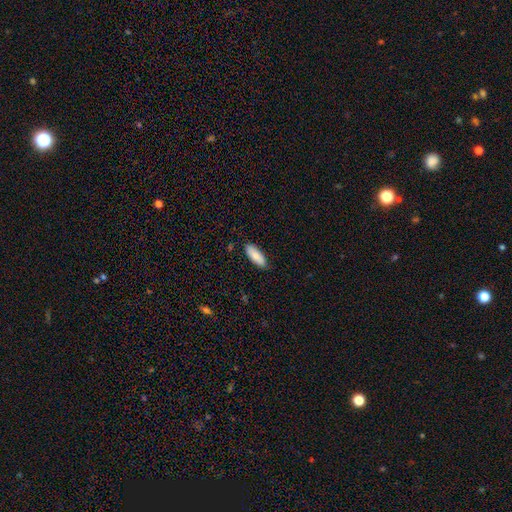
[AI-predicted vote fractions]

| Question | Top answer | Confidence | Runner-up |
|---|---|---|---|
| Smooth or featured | smooth | 84% | featured or disk (10%) |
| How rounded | in between | 70% | cigar-shaped (28%) |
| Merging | none | 87% | minor disturbance (10%) |